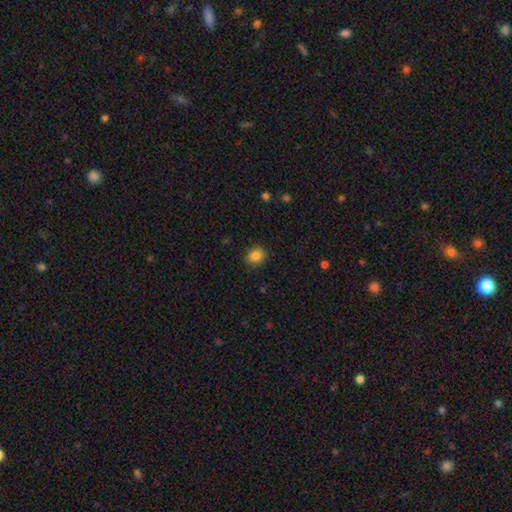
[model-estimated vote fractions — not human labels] Morphology: type=smooth (85%); roundness=round (67%); merging=none (87%).